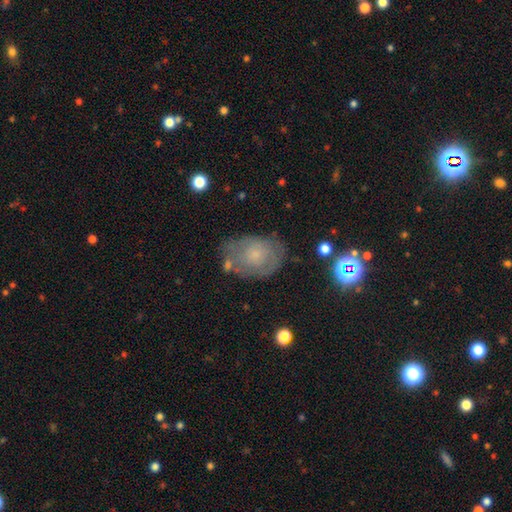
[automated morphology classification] Smooth or featured? smooth (48%)
Merging? none (60%)